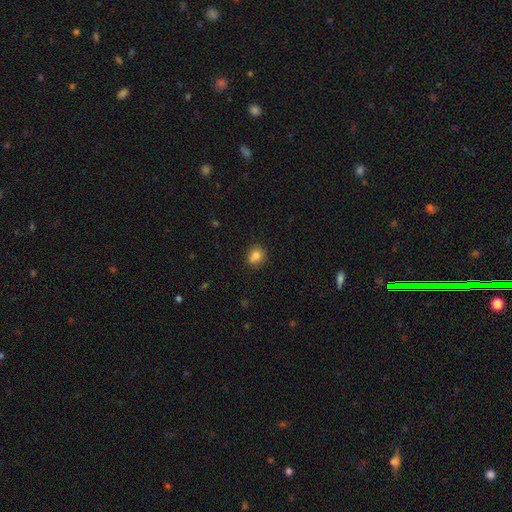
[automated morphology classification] A smooth galaxy with no disk features (80%) that is round (69%). Merging: none (70%).